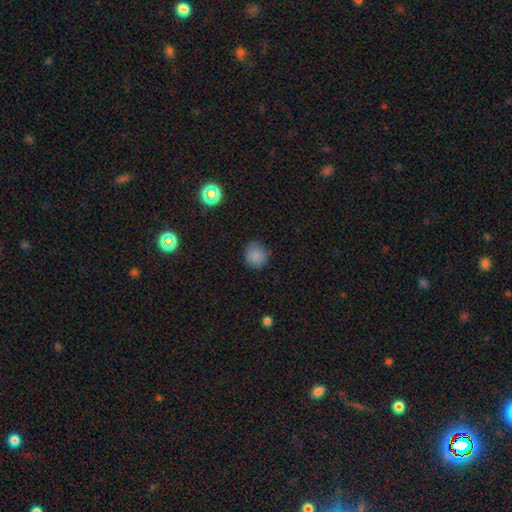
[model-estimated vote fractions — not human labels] The model was most divided on "merging": none: 85%, minor disturbance: 11%, major disturbance: 3%, merger: 1%. More confident: how rounded — round (87%); smooth or featured — smooth (84%).